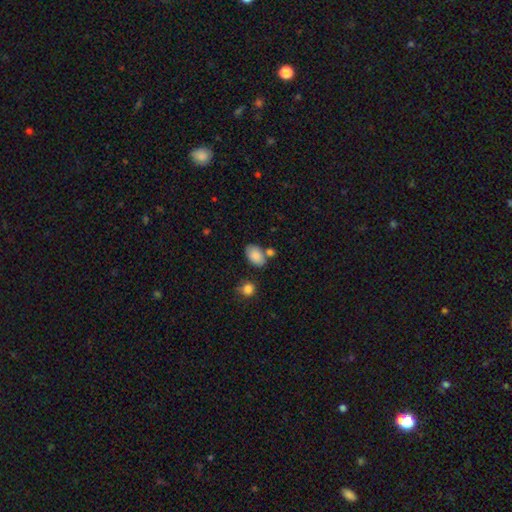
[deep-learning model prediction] smooth-or-featured: smooth: 85% | featured or disk: 7% | star or artifact: 7%
  how-rounded: in between: 91% | round: 8% | cigar-shaped: 1%
  merging: none: 67% | minor disturbance: 15% | merger: 14% | major disturbance: 4%